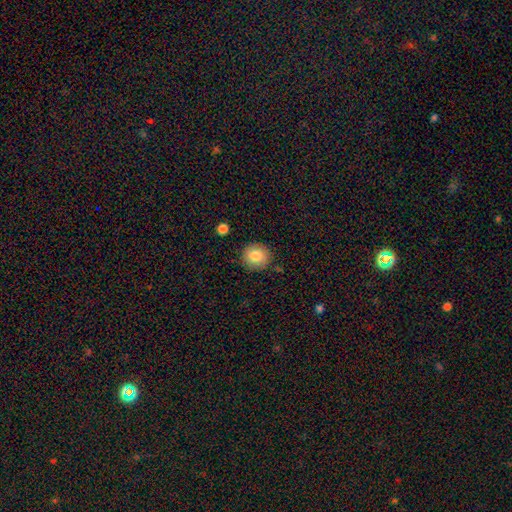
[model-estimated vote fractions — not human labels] This is clearly a smooth galaxy (82%). How rounded: clearly round (90%). Merging: clearly none (88%).